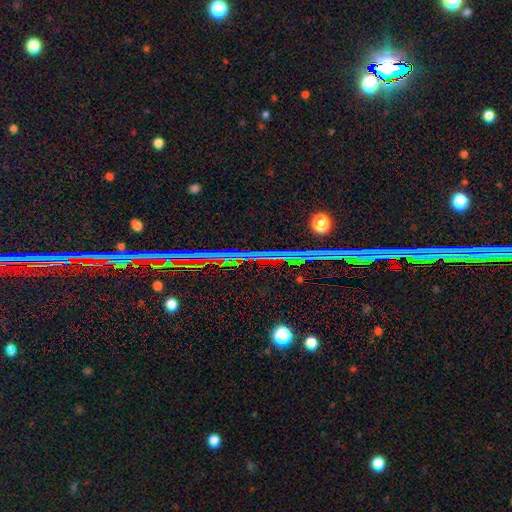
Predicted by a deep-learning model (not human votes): Q: Smooth or featured?
A: star or artifact (84%); runner-up: featured or disk (9%)